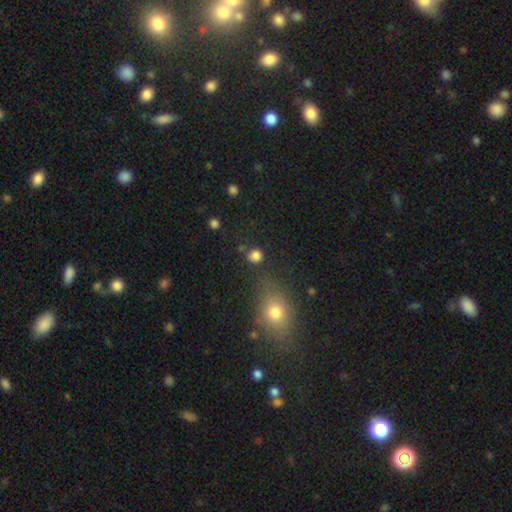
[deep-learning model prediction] Smooth or featured: smooth — 82% (star or artifact — 14%)
How rounded: round — 78% (in between — 21%)
Merging: none — 78% (minor disturbance — 11%)